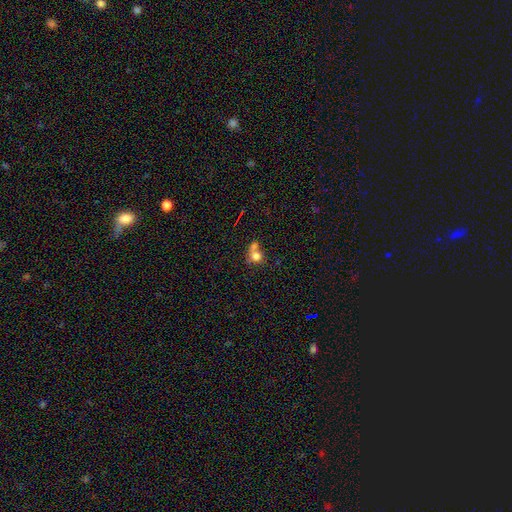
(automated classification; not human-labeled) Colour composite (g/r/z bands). It shows a smooth galaxy with no disk features (74%) that is round (74%). Merging: merger (54%).